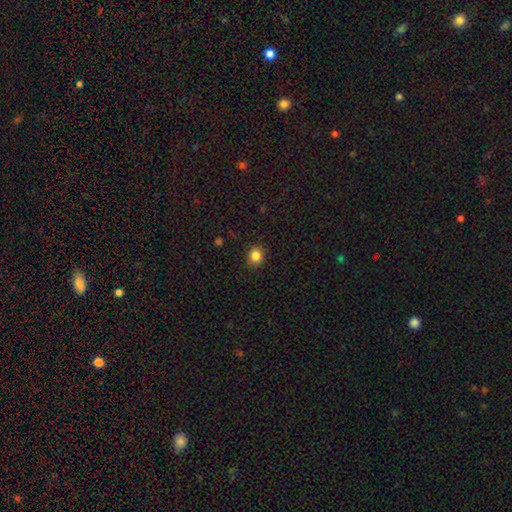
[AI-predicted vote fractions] smooth-or-featured: smooth: 84% | star or artifact: 11% | featured or disk: 4%
  how-rounded: round: 81% | in between: 18% | cigar-shaped: 1%
  merging: none: 89% | minor disturbance: 8% | major disturbance: 2% | merger: 1%